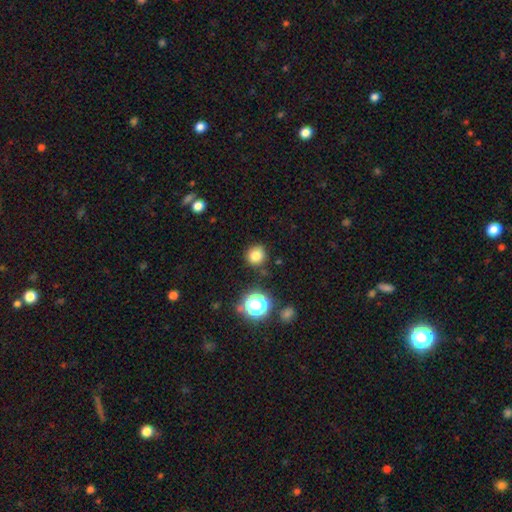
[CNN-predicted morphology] smooth_or_featured: smooth (p=0.79) [alt: star or artifact p=0.15]
how_rounded: round (p=0.90) [alt: in between p=0.09]
merging: none (p=0.85) [alt: minor disturbance p=0.10]